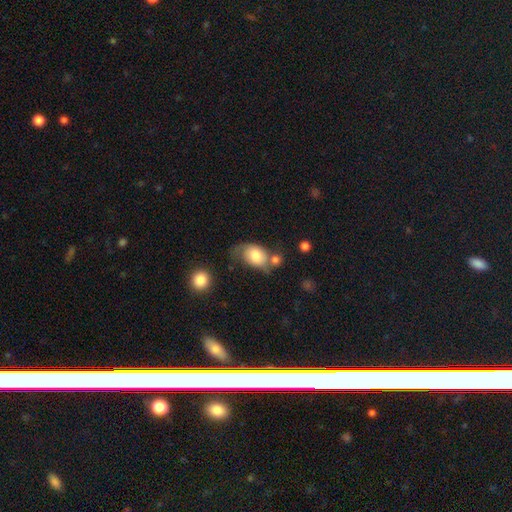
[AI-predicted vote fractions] smooth_or_featured: smooth (p=0.75) [alt: featured or disk p=0.18]
how_rounded: in between (p=0.80) [alt: round p=0.19]
merging: none (p=0.35) [alt: minor disturbance p=0.29]